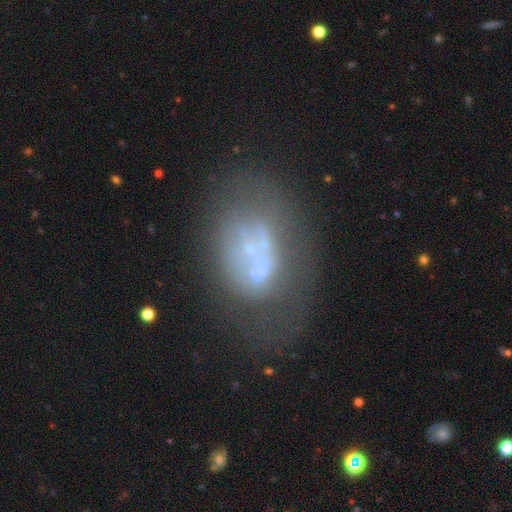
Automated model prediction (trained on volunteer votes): A featured or disk galaxy (52%) with no bar (93%), no spiral arms (92%) and no central bulge (65%). Merging: none (37%).